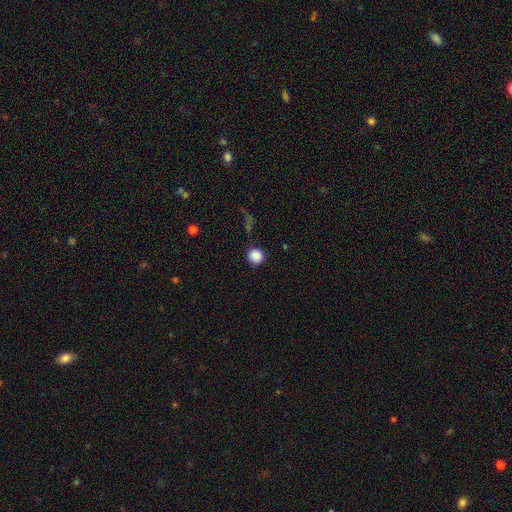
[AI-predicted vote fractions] Smooth or featured? Predicted: smooth (p=0.87). How rounded? Predicted: round (p=0.93). Merging? Predicted: none (p=0.86).